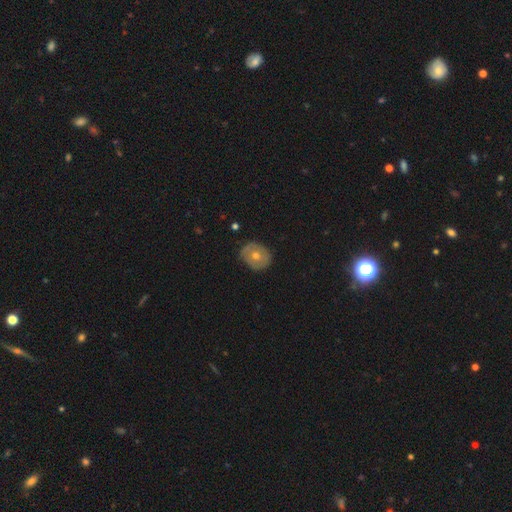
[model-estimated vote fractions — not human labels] Morphology: type=smooth (48%); merging=none (83%).